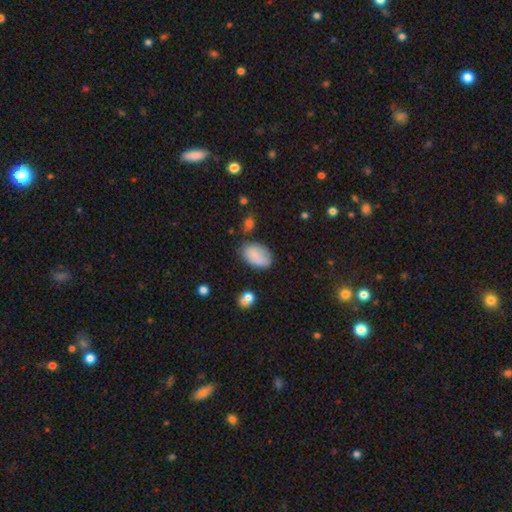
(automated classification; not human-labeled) This appears to be a smooth galaxy with no disk features (81%) that is in between round and cigar-shaped (91%). Merging: none (64%).